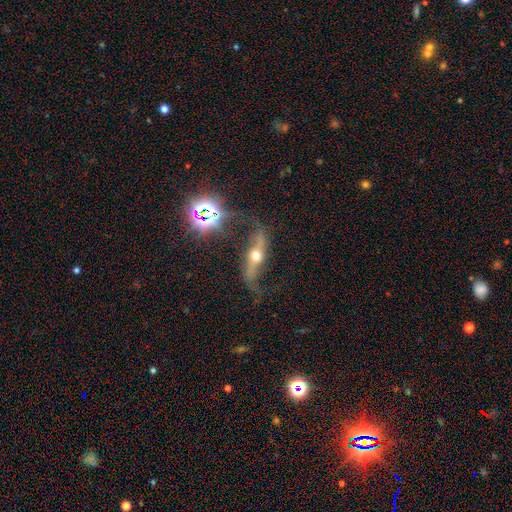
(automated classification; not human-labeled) Smooth or featured?
  - featured or disk: 78% *
  - smooth: 12%
  - star or artifact: 10%
Edge-on disk?
  - no: 63% *
  - yes: 37%
Merging?
  - none: 61% *
  - minor disturbance: 20%
  - major disturbance: 14%
  - merger: 6%